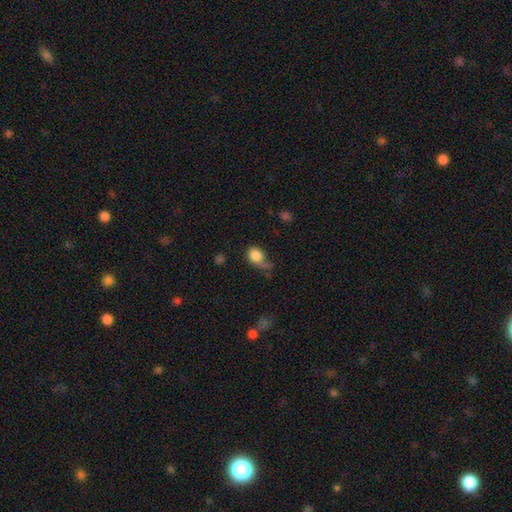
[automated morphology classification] A smooth galaxy with no disk features (83%) that is round (50%). Merging: none (36%).